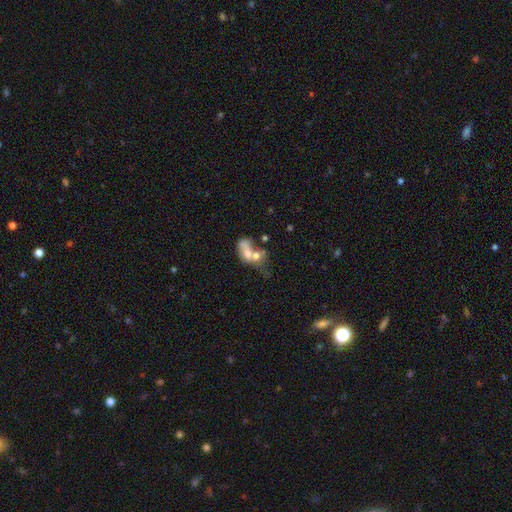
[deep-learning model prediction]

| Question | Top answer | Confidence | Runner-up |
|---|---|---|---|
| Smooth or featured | smooth | 50% | featured or disk (37%) |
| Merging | merger | 64% | major disturbance (14%) |